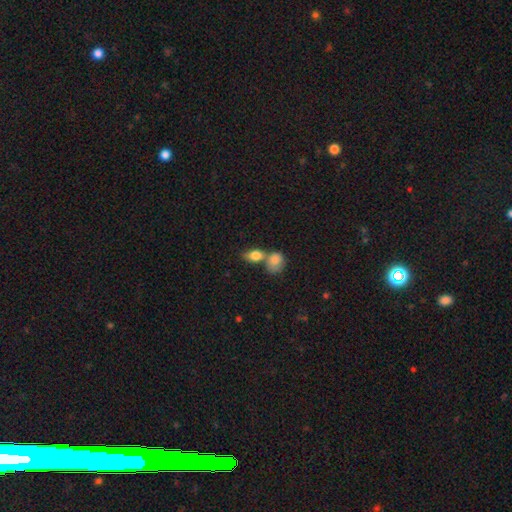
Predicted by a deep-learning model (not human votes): Overall: smooth (81%). How rounded: in between (79%). Merging: merger (56%; none 30%).